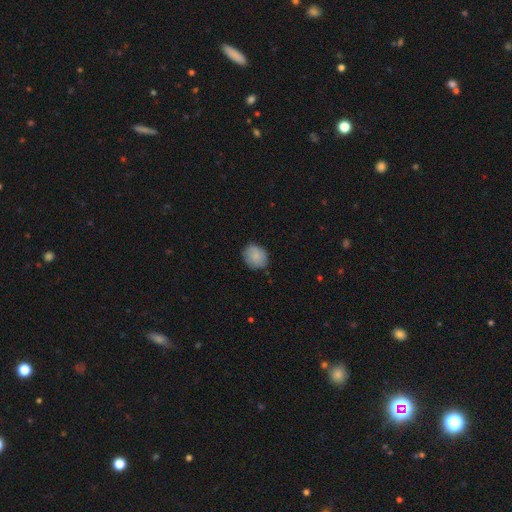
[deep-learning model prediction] A smooth galaxy with no disk features (85%) that is round (66%). Merging: none (81%).